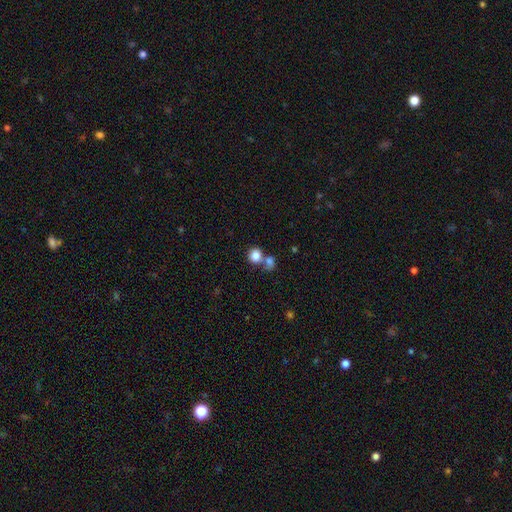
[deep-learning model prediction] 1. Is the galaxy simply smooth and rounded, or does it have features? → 83% smooth, 10% star or artifact, 7% featured or disk.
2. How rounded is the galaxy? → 81% round, 18% in between, 1% cigar-shaped.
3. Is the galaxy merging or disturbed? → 45% none, 43% merger, 8% minor disturbance, 4% major disturbance.